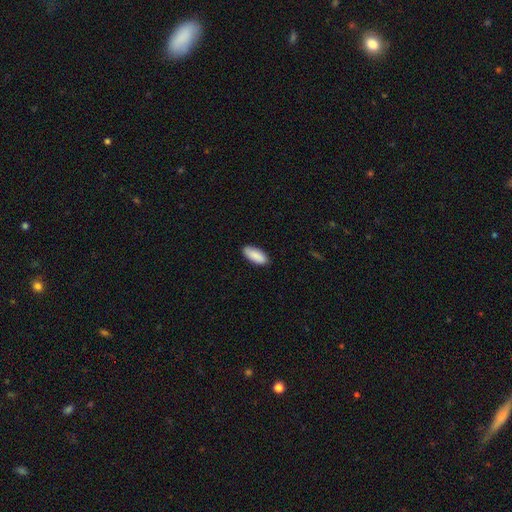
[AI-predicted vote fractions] Smooth or featured? Predicted: smooth (p=0.90). How rounded? Predicted: in between (p=0.85). Merging? Predicted: none (p=0.88).